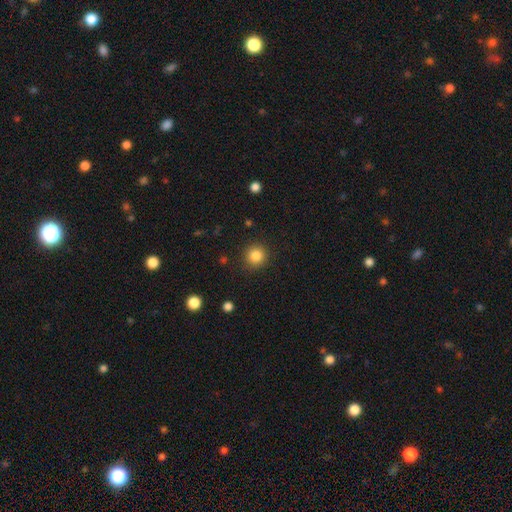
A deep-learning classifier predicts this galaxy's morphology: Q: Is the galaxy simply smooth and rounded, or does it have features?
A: smooth — 85%.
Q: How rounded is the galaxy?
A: round — 93%.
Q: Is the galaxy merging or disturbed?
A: none — 89%.